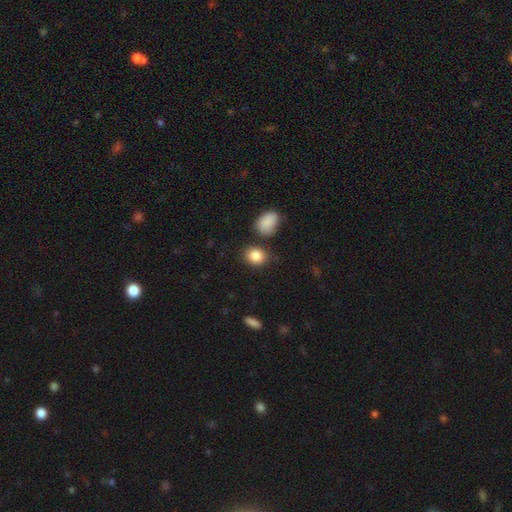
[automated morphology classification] smooth_or_featured: smooth (p=0.87) [alt: star or artifact p=0.08]
how_rounded: round (p=0.53) [alt: in between p=0.45]
merging: none (p=0.77) [alt: minor disturbance p=0.12]